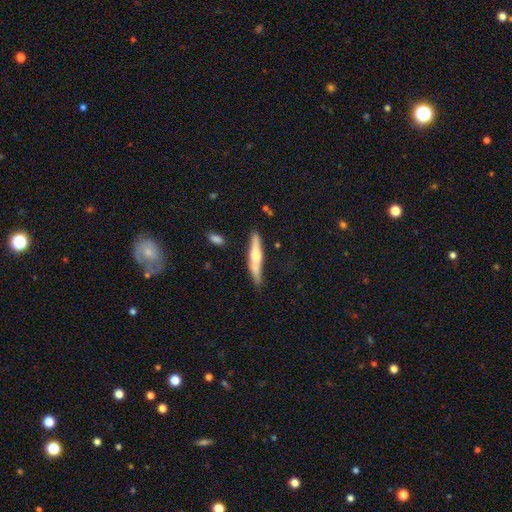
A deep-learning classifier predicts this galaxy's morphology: The model was most divided on "smooth or featured": featured or disk: 48%, smooth: 46%, star or artifact: 6%. More confident: merging — none (76%).